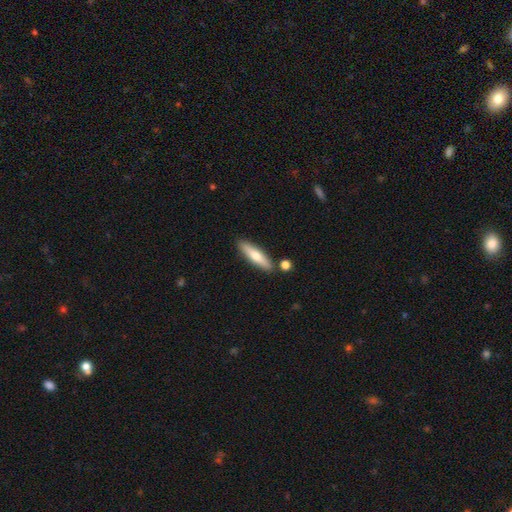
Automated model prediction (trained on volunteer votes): Q: Smooth or featured?
A: smooth (60%); runner-up: featured or disk (34%)
Q: How rounded?
A: cigar-shaped (76%); runner-up: in between (22%)
Q: Merging?
A: none (83%); runner-up: minor disturbance (9%)